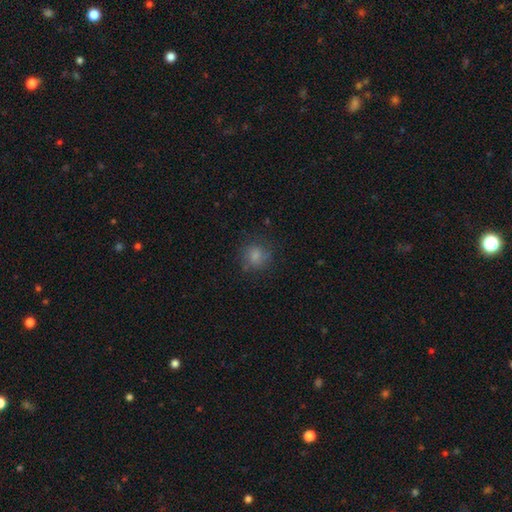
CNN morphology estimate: Smooth or featured?
  - smooth: 77% *
  - star or artifact: 12%
  - featured or disk: 11%
How rounded?
  - round: 84% *
  - in between: 15%
  - cigar-shaped: 1%
Merging?
  - none: 73% *
  - minor disturbance: 17%
  - major disturbance: 7%
  - merger: 2%